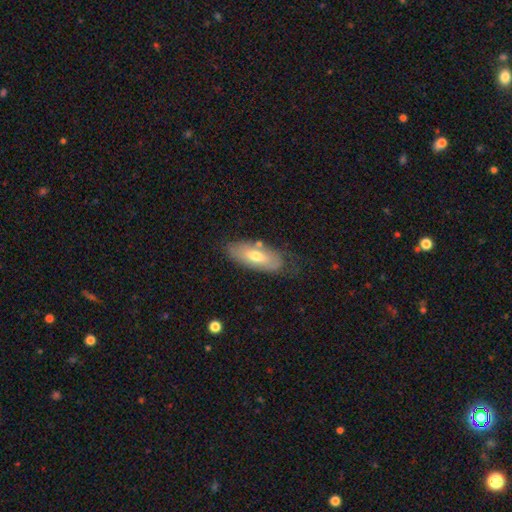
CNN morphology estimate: Smooth or featured?
  - smooth: 56% *
  - featured or disk: 37%
  - star or artifact: 6%
How rounded?
  - in between: 82% *
  - cigar-shaped: 16%
  - round: 2%
Merging?
  - none: 67% *
  - minor disturbance: 22%
  - major disturbance: 7%
  - merger: 5%